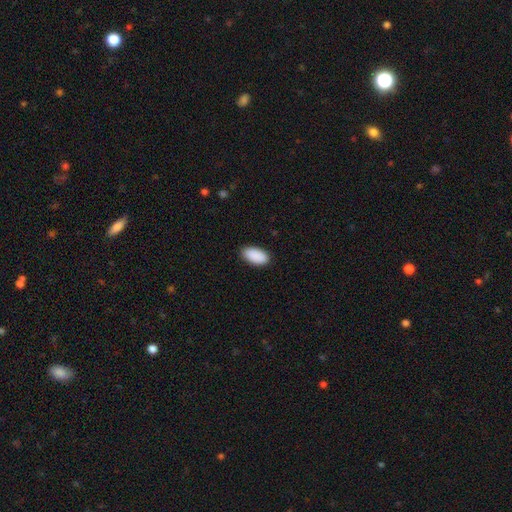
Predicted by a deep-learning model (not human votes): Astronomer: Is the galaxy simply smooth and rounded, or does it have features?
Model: smooth — 91%.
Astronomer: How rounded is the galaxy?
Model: in between — 95%.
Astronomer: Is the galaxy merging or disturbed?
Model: none — 86%.